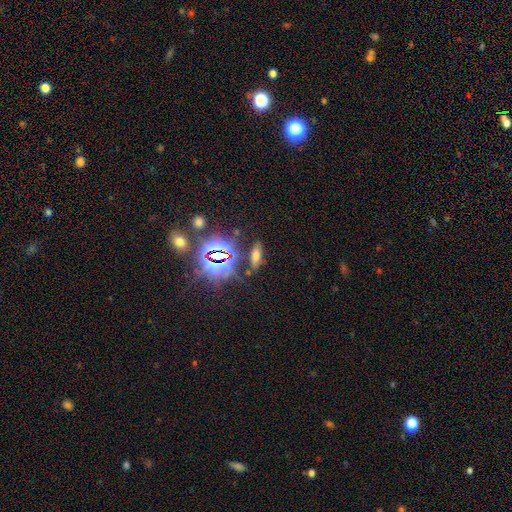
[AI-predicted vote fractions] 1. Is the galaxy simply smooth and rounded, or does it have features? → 50% smooth, 35% star or artifact, 15% featured or disk.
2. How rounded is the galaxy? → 55% in between, 38% cigar-shaped, 7% round.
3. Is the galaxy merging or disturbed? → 81% none, 10% minor disturbance, 4% major disturbance, 4% merger.